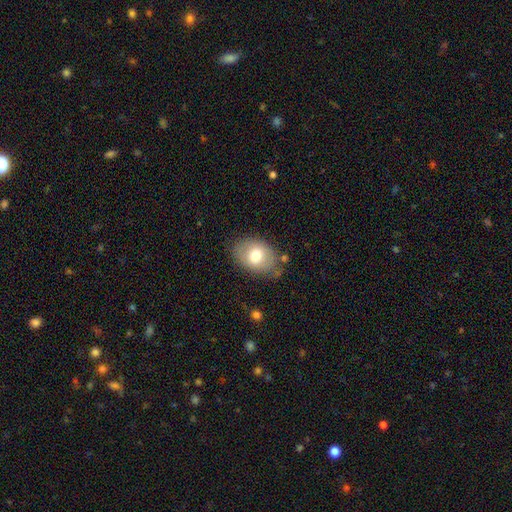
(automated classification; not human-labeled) A smooth galaxy with no disk features (72%) that is in between round and cigar-shaped (78%). Merging: none (72%).